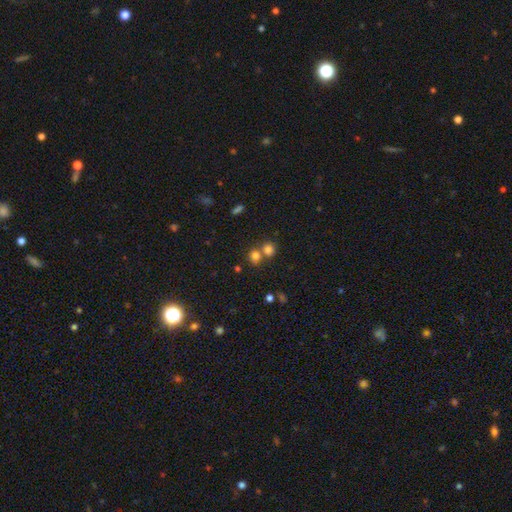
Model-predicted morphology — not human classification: This appears to be a smooth galaxy with no disk features (76%) that is round (76%). Merging: none (48%).